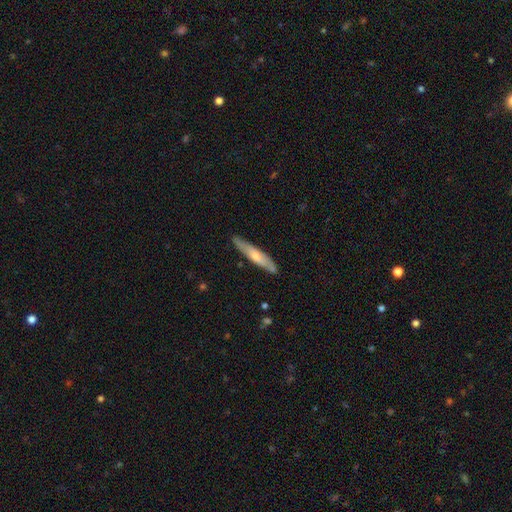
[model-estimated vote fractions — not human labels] featured or disk 57%, smooth 35%, star or artifact 8%. Down the decision tree: edge-on disk — yes (87%); merging — none (86%).